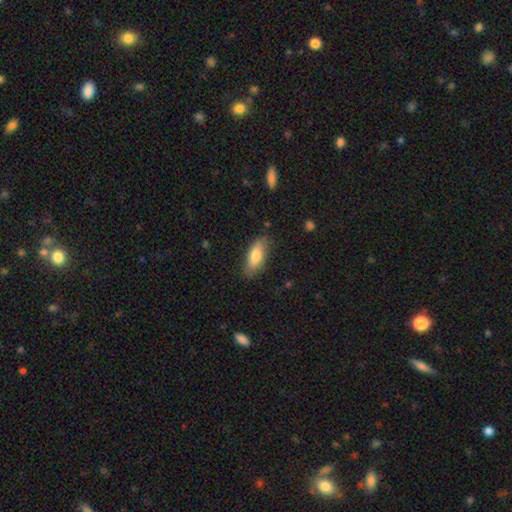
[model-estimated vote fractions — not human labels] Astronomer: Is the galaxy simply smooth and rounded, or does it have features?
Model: smooth — 76%.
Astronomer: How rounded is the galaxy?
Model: in between — 71%.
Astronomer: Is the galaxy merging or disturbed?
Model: none — 82%.